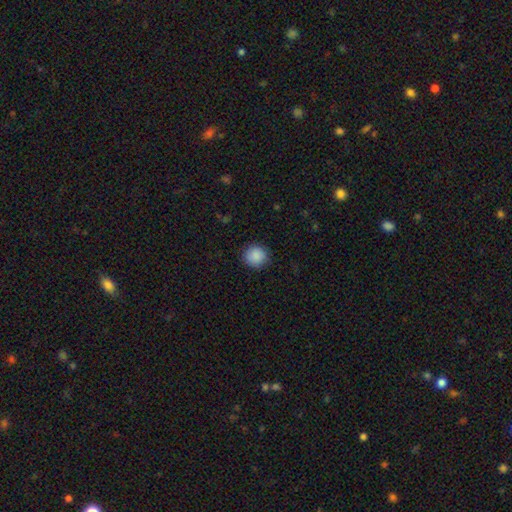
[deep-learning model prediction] A smooth galaxy with no disk features (89%) that is round (90%).

Vote fractions:
- Smooth or featured? smooth: 89% / star or artifact: 8% / featured or disk: 3%
- How rounded? round: 90% / in between: 9% / cigar-shaped: 1%
- Merging? none: 89% / minor disturbance: 8% / major disturbance: 2% / merger: 1%